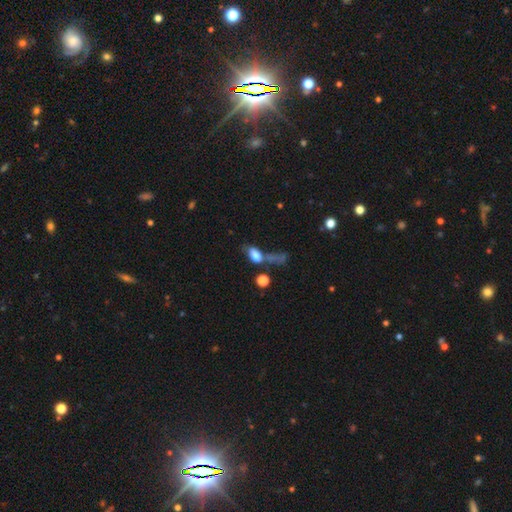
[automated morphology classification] The model was most divided on "merging": merger: 31%, major disturbance: 29%, none: 26%, minor disturbance: 15%. More confident: how rounded — in between (78%); smooth or featured — smooth (71%).